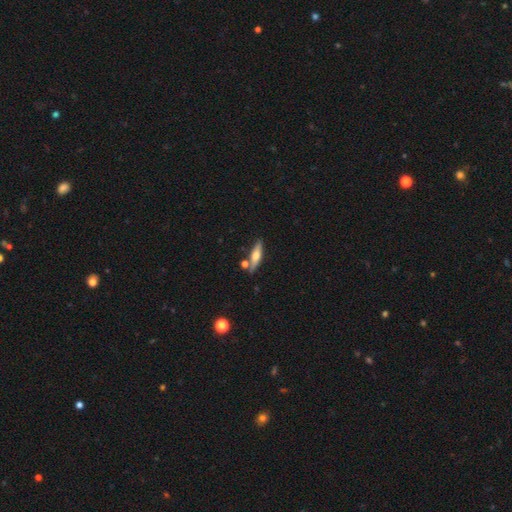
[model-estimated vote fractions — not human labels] Q: Smooth or featured?
A: featured or disk (47%); runner-up: smooth (46%)
Q: Merging?
A: none (77%); runner-up: minor disturbance (11%)